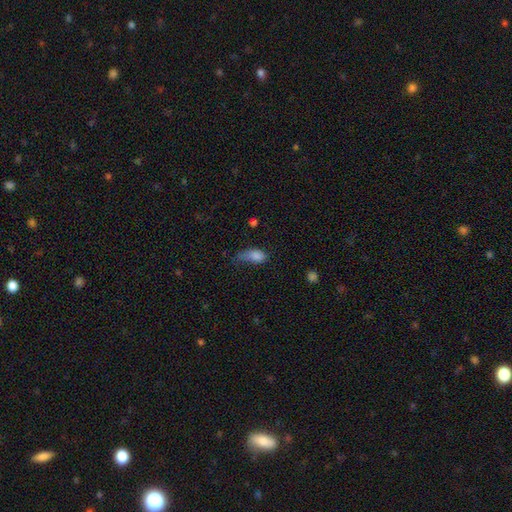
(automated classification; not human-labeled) This is clearly a smooth galaxy (81%). How rounded: clearly in between (85%). Merging: marginally minor disturbance (40%).